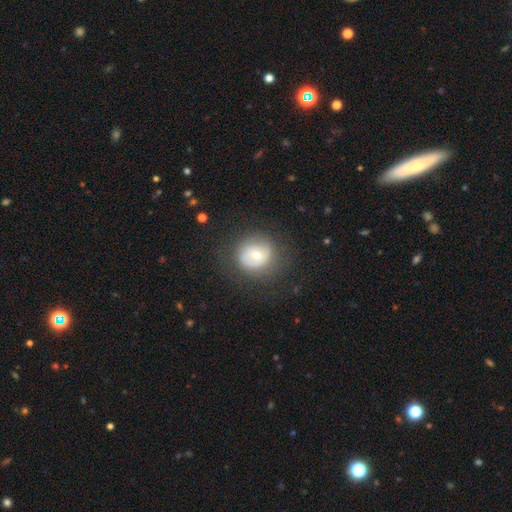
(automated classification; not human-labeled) Smooth or featured?
  - smooth: 51% *
  - featured or disk: 40%
  - star or artifact: 9%
How rounded?
  - round: 81% *
  - in between: 18%
  - cigar-shaped: 1%
Merging?
  - none: 70% *
  - minor disturbance: 18%
  - major disturbance: 11%
  - merger: 1%